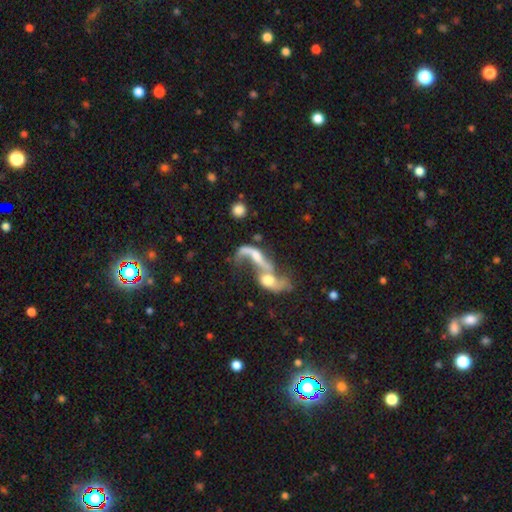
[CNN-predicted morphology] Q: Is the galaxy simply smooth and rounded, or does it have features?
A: featured or disk — 65%.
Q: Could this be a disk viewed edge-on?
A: no — 88%.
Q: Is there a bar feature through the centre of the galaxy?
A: no — 59%.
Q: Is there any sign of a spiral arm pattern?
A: yes — 64%.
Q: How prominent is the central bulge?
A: moderate — 39%.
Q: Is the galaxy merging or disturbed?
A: merger — 73%.